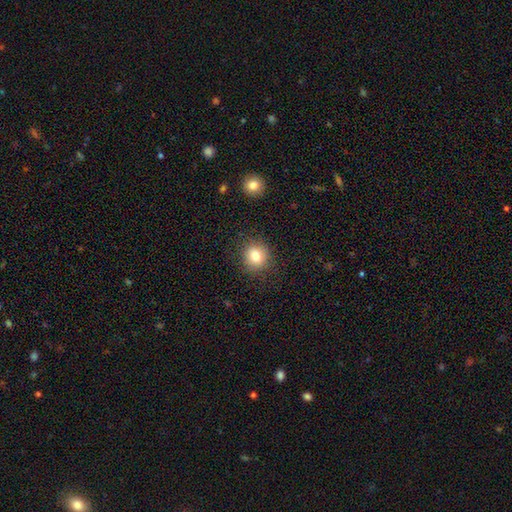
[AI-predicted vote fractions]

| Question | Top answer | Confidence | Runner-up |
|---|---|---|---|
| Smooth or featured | smooth | 80% | star or artifact (11%) |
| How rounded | round | 84% | in between (15%) |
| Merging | none | 87% | minor disturbance (9%) |